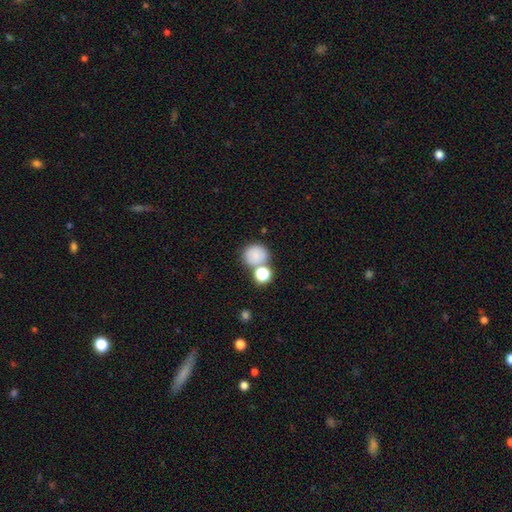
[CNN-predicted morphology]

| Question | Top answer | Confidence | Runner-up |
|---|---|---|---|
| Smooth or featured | smooth | 78% | star or artifact (12%) |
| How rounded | round | 85% | in between (14%) |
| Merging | none | 58% | merger (27%) |